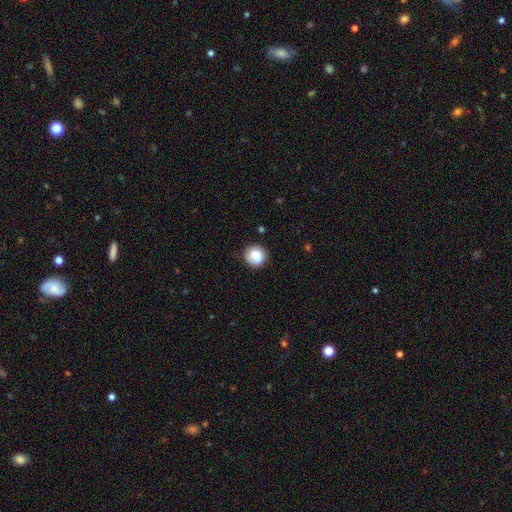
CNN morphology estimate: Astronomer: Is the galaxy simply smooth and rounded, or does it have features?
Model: smooth — 83%.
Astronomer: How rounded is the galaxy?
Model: round — 92%.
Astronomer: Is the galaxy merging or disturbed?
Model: none — 85%.